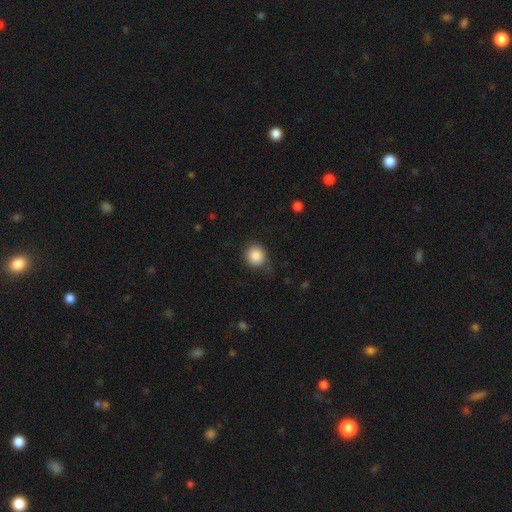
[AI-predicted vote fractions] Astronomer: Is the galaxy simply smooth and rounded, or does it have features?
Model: smooth — 87%.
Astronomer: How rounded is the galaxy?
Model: round — 89%.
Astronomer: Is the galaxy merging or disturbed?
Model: none — 71%.